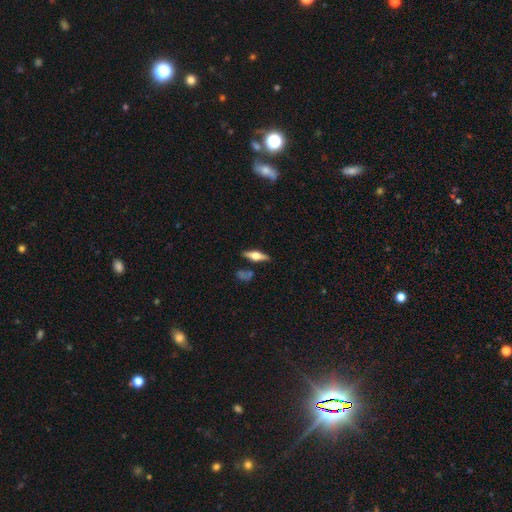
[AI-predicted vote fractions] Smooth or featured? Predicted: featured or disk (p=0.64). Edge-on disk? Predicted: yes (p=0.95). Edge-on bulge? Predicted: rounded (p=0.93). Merging? Predicted: none (p=0.79).